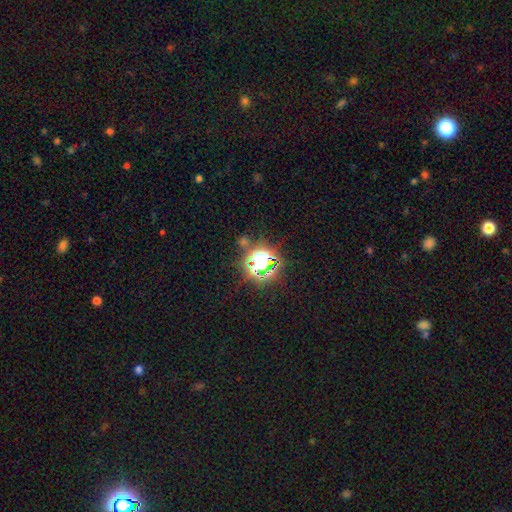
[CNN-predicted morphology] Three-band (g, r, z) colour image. It shows a star or artifact, not a galaxy (62%).